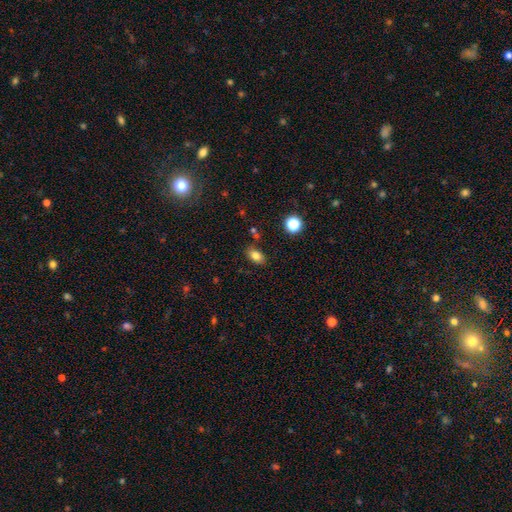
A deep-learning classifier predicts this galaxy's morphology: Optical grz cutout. It shows a smooth galaxy with no disk features (80%) that is in between round and cigar-shaped (85%). Merging: none (81%).